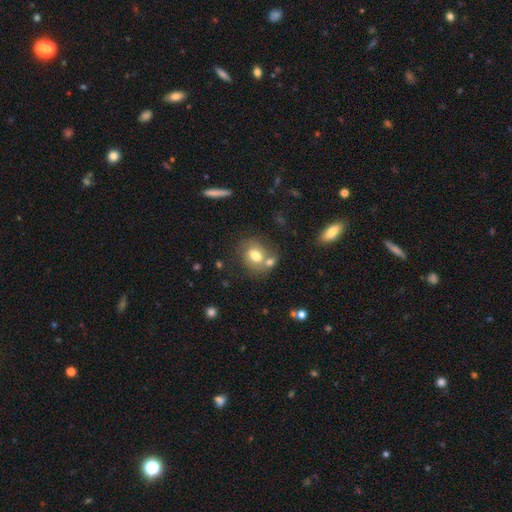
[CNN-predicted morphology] type=smooth (71%); roundness=round (51%); merging=none (50%).